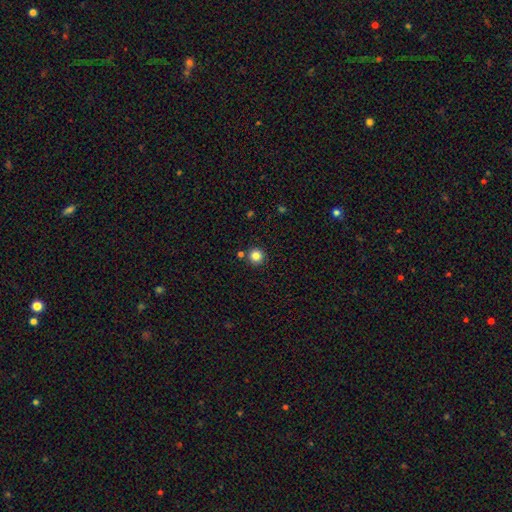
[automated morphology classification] smooth 84%, star or artifact 12%, featured or disk 5%. Down the decision tree: how rounded — round (96%); merging — none (86%).